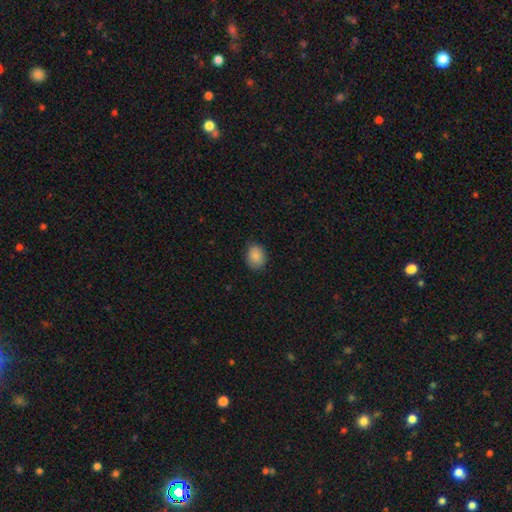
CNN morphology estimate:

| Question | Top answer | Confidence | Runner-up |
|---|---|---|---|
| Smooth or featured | smooth | 87% | star or artifact (8%) |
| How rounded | round | 53% | in between (47%) |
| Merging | none | 80% | minor disturbance (16%) |